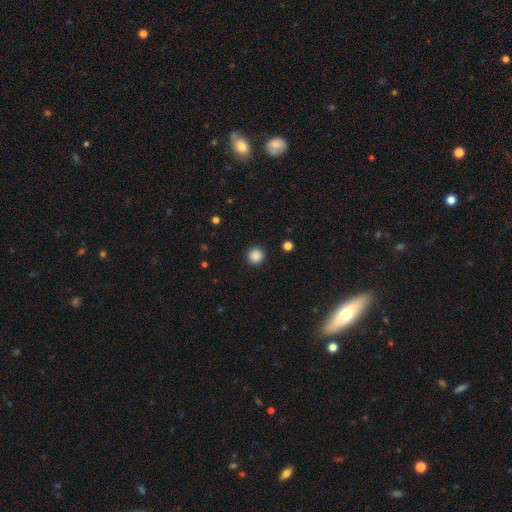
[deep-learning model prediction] Smooth or featured?
  - smooth: 87% *
  - star or artifact: 10%
  - featured or disk: 3%
How rounded?
  - round: 95% *
  - in between: 4%
  - cigar-shaped: 1%
Merging?
  - none: 93% *
  - minor disturbance: 4%
  - major disturbance: 2%
  - merger: 1%